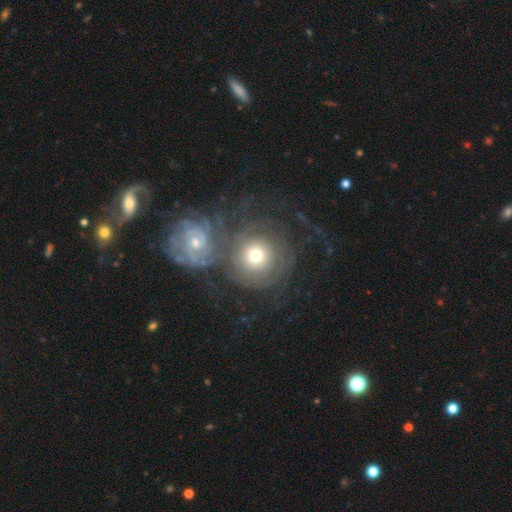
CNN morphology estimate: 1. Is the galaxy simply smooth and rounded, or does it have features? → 67% featured or disk, 24% smooth, 9% star or artifact.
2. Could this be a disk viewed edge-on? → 97% no, 3% yes.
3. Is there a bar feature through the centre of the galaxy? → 80% no, 15% weak, 5% strong.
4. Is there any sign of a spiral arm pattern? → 88% yes, 12% no.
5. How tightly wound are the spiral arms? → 74% tight, 19% medium, 7% loose.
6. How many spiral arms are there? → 37% can't tell, 21% 2, 15% 3, 10% 4, 10% more than 4, 7% 1.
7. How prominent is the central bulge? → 61% moderate, 22% small, 13% large, 2% dominant, 1% none.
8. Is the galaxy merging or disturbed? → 43% none, 39% merger, 9% minor disturbance, 8% major disturbance.